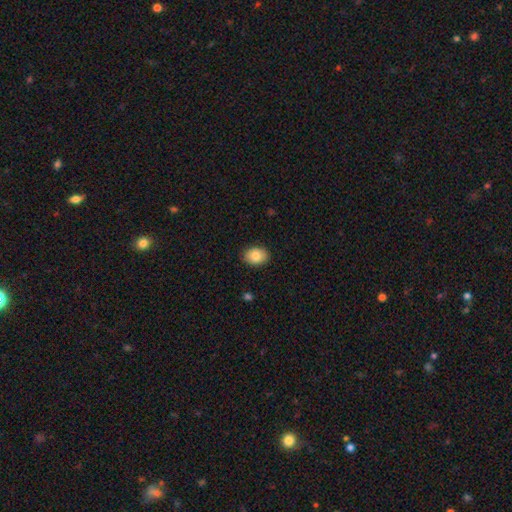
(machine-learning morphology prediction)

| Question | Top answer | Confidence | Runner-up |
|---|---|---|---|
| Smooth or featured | smooth | 83% | featured or disk (9%) |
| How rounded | in between | 74% | round (25%) |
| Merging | none | 88% | minor disturbance (9%) |